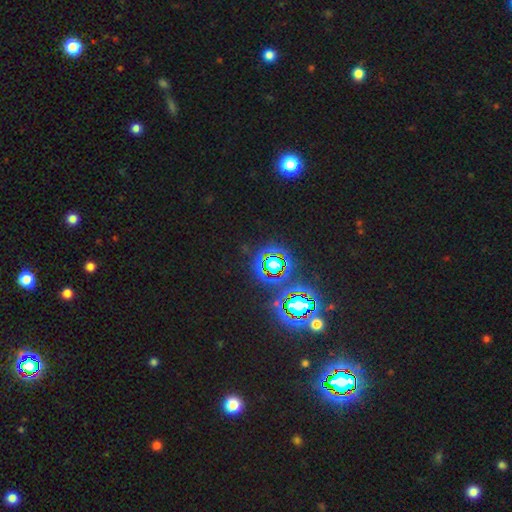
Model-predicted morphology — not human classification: star or artifact 78%, smooth 14%, featured or disk 7%.